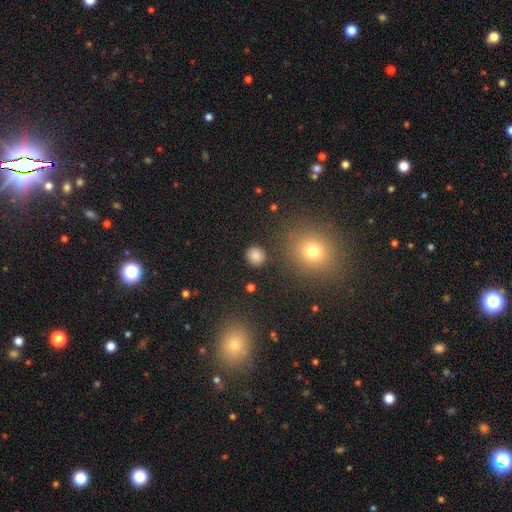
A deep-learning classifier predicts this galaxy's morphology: Smooth or featured? smooth (82%)
How rounded? round (89%)
Merging? none (88%)